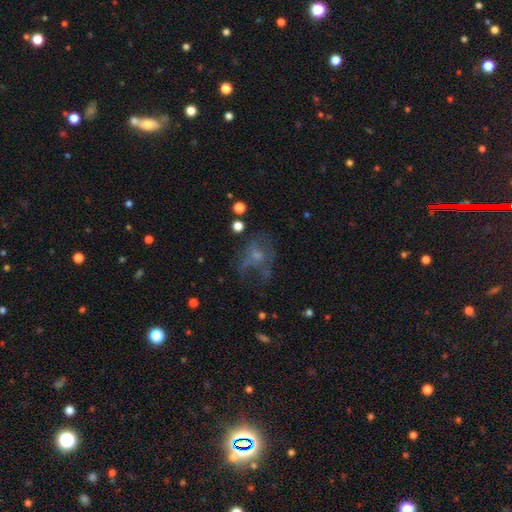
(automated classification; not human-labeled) Smooth or featured?
  - featured or disk: 46% *
  - smooth: 36%
  - star or artifact: 18%
Merging?
  - major disturbance: 41% *
  - none: 35%
  - minor disturbance: 20%
  - merger: 5%